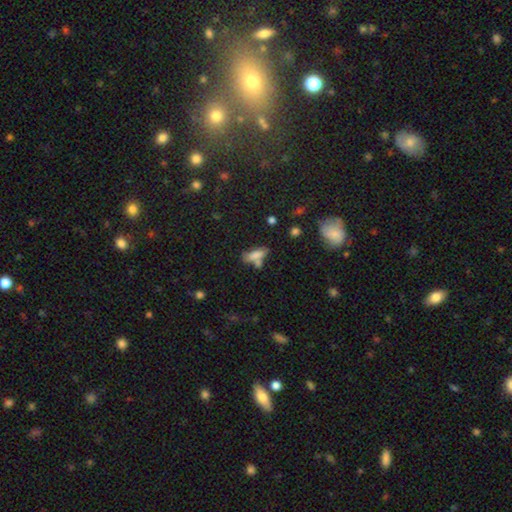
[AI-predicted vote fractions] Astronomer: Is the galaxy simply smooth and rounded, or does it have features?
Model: smooth — 75%.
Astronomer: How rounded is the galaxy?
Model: in between — 64%.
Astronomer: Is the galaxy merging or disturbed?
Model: none — 46% (runner-up: merger, 28%).